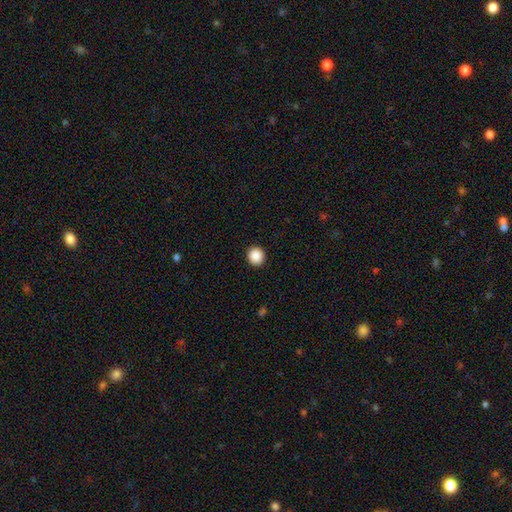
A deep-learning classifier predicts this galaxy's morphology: smooth 89%, star or artifact 9%, featured or disk 2%. Down the decision tree: how rounded — round (89%); merging — none (92%).